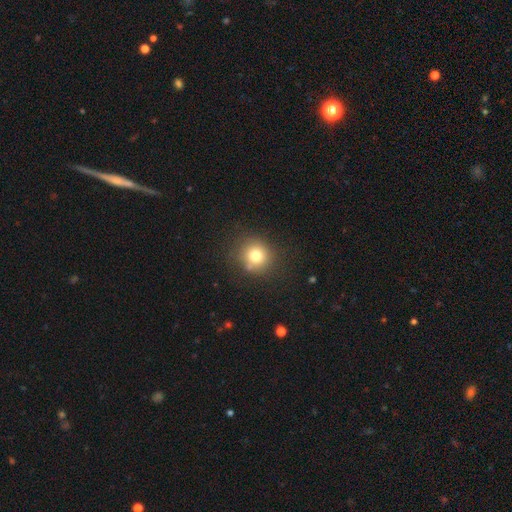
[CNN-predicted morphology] smooth 76%, star or artifact 14%, featured or disk 10%. Down the decision tree: how rounded — round (89%); merging — none (80%).